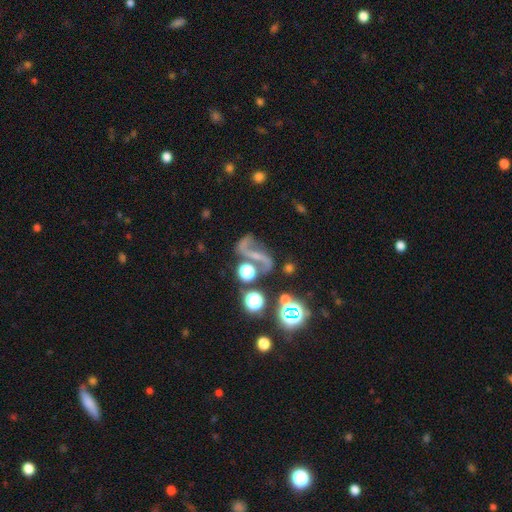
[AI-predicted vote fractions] This appears to be a featured or disk galaxy (71%) with a strong bar (37%, tied with weak), 2 (89%) loose (68%) spiral arms (91%) and a small central bulge (43%). Merging: none (53%).